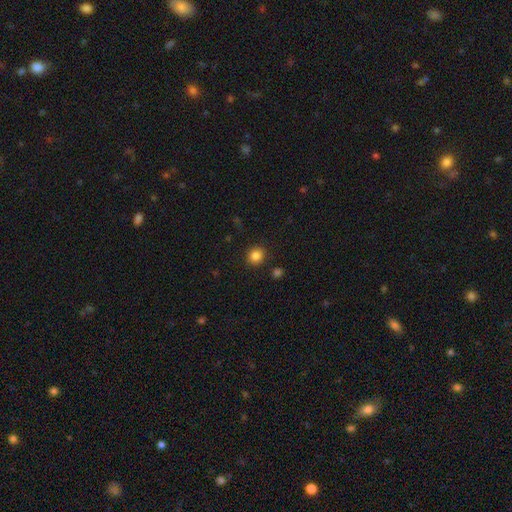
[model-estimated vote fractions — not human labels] The model was most divided on "smooth or featured": smooth: 85%, star or artifact: 11%, featured or disk: 4%. More confident: merging — none (90%); how rounded — round (89%).